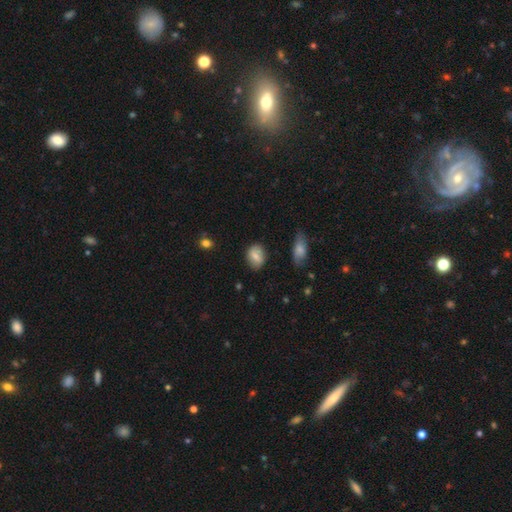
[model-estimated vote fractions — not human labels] Smooth or featured? Predicted: smooth (p=0.77). How rounded? Predicted: in between (p=0.70). Merging? Predicted: none (p=0.81).